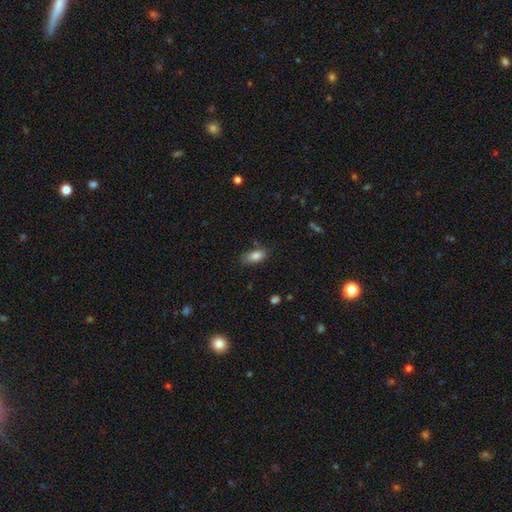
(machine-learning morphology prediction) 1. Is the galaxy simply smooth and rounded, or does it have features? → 84% smooth, 8% featured or disk, 8% star or artifact.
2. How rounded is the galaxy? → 87% in between, 10% cigar-shaped, 3% round.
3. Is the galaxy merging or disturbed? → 76% none, 17% minor disturbance, 4% major disturbance, 2% merger.